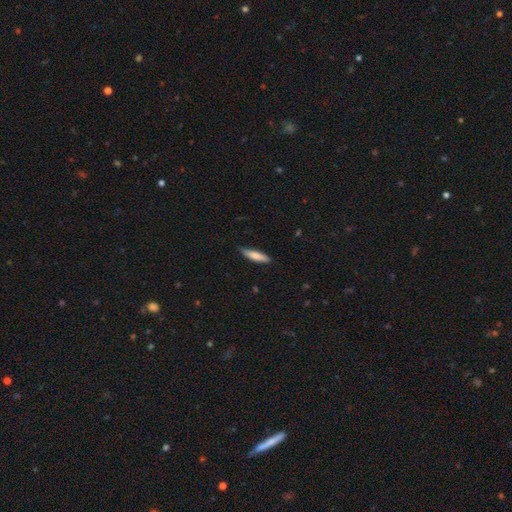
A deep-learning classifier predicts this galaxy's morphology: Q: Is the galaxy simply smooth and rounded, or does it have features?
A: smooth — 78%.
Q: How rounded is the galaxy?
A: cigar-shaped — 80%.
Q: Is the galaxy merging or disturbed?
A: none — 84%.